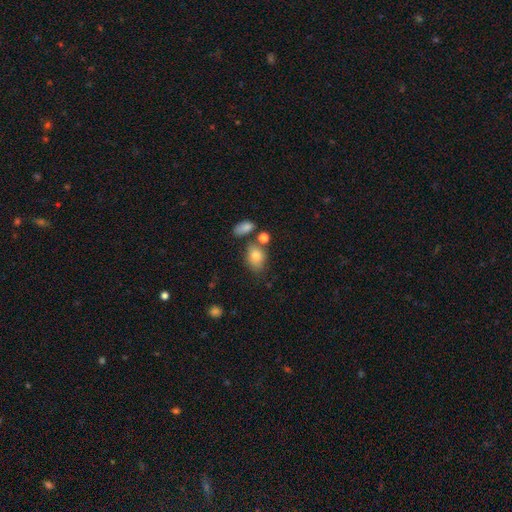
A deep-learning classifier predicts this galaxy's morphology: Overall: smooth (78%). How rounded: in between (70%). Merging: none (61%).